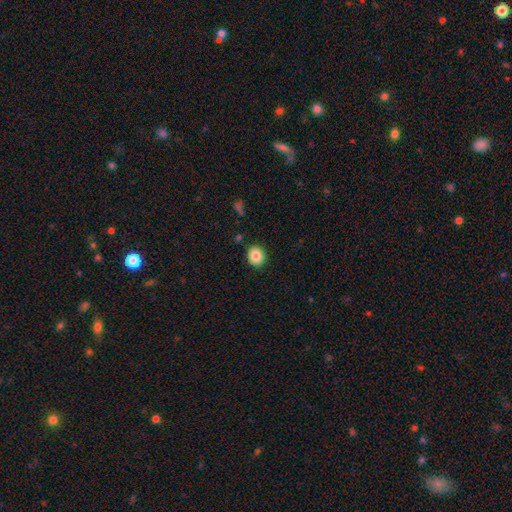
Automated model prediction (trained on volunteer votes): smooth 86%, star or artifact 9%, featured or disk 6%. Down the decision tree: how rounded — round (78%); merging — none (89%).